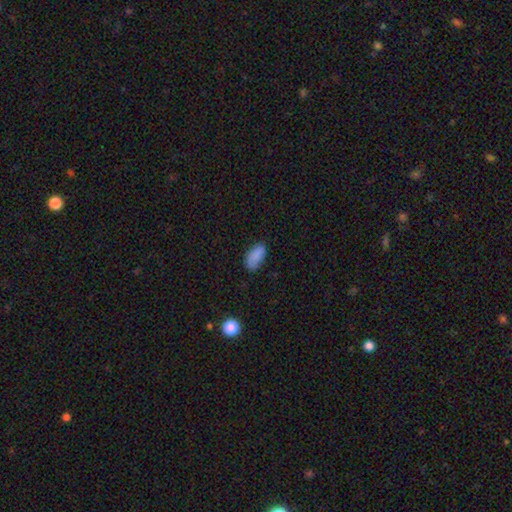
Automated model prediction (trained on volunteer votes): A smooth galaxy with no disk features (87%) that is in between round and cigar-shaped (91%).

Vote fractions:
- Smooth or featured? smooth: 87% / star or artifact: 8% / featured or disk: 5%
- How rounded? in between: 91% / cigar-shaped: 6% / round: 3%
- Merging? none: 73% / minor disturbance: 21% / major disturbance: 4% / merger: 1%